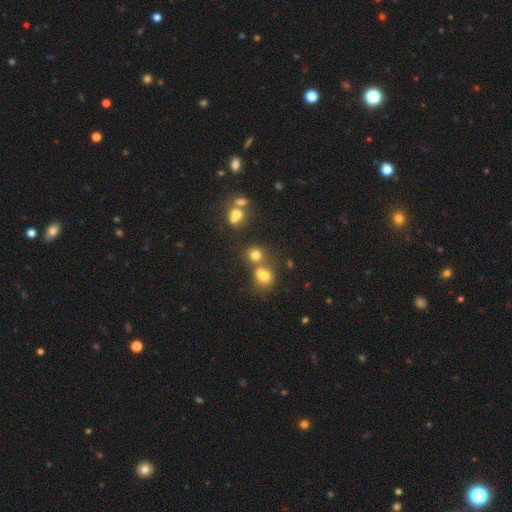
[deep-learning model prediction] Morphology: type=smooth (68%); roundness=round (77%); merging=none (48%).